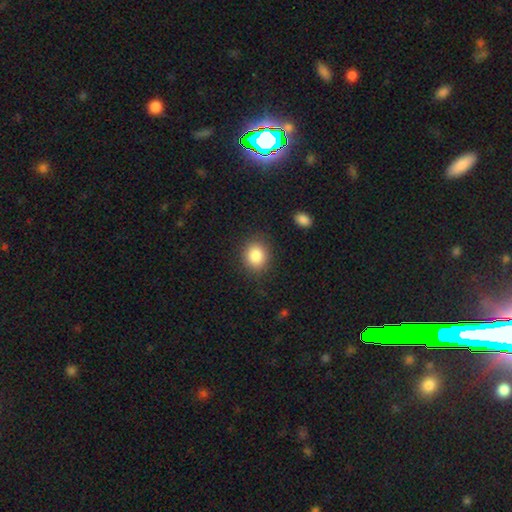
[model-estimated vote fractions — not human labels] This is clearly a smooth galaxy (85%). How rounded: likely round (71%). Merging: clearly none (86%).